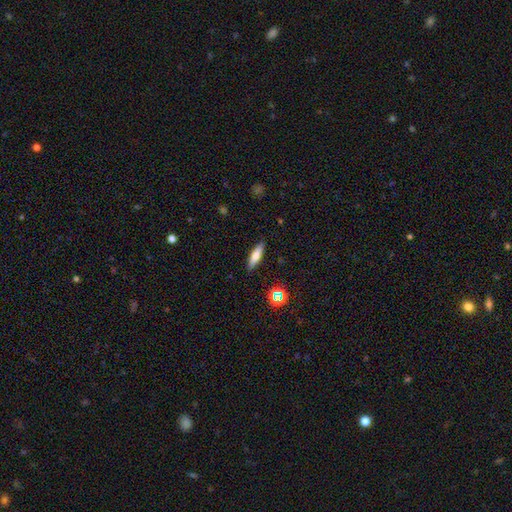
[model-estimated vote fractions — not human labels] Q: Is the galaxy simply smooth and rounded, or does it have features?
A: smooth — 68%.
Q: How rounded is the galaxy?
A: cigar-shaped — 62%.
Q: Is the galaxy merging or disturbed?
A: none — 88%.